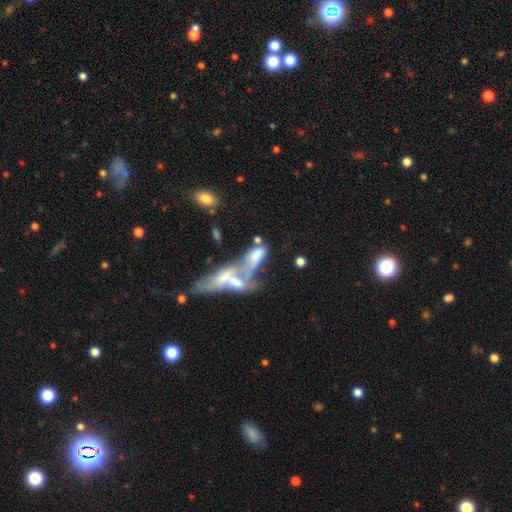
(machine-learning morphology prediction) Overall: smooth (49%; featured or disk 40%). Merging: merger (75%).